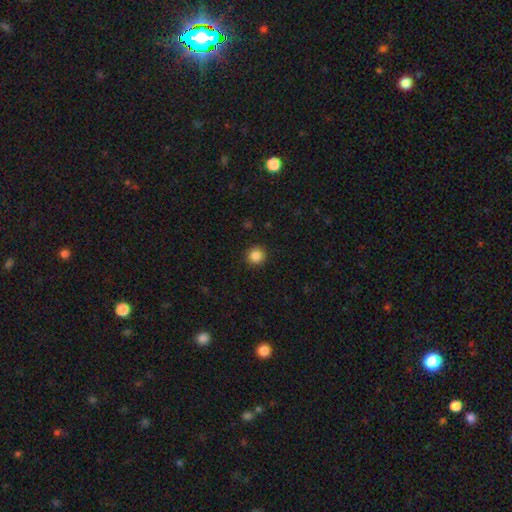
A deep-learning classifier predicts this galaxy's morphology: Smooth or featured? smooth (86%)
How rounded? round (95%)
Merging? none (92%)